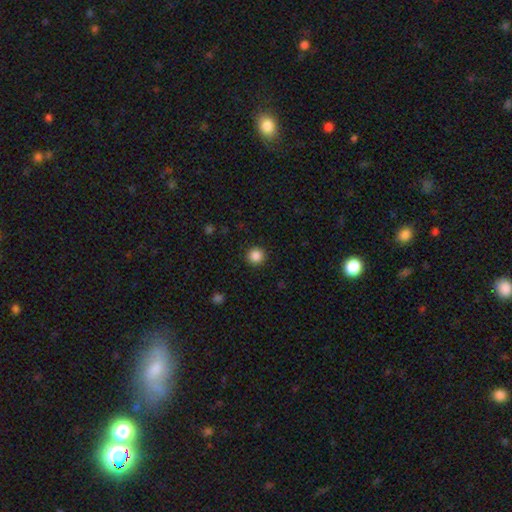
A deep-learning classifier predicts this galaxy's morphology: A smooth galaxy with no disk features (86%) that is round (95%).

Vote fractions:
- Smooth or featured? smooth: 86% / star or artifact: 11% / featured or disk: 3%
- How rounded? round: 95% / in between: 4% / cigar-shaped: 1%
- Merging? none: 92% / minor disturbance: 5% / major disturbance: 2% / merger: 1%